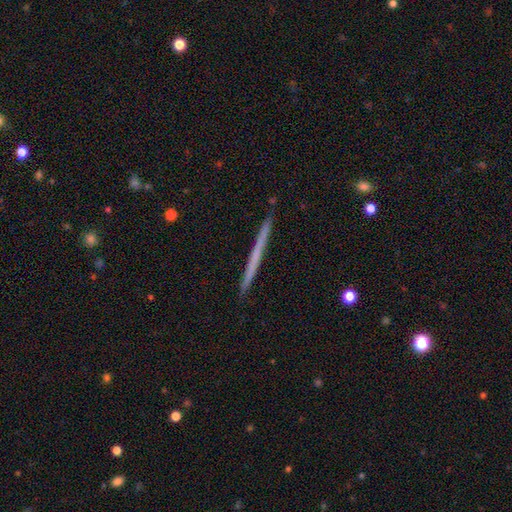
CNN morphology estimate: This is possibly a featured or disk galaxy (52%). It is clearly viewed edge-on (98%). Edge-on bulge: clearly none (92%). Merging: clearly none (92%).